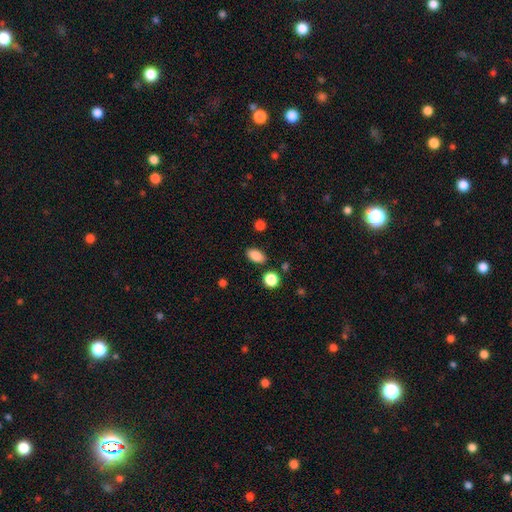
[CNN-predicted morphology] smooth-or-featured: smooth: 86% | star or artifact: 9% | featured or disk: 5%
  how-rounded: in between: 89% | round: 8% | cigar-shaped: 3%
  merging: none: 85% | minor disturbance: 10% | merger: 3% | major disturbance: 2%